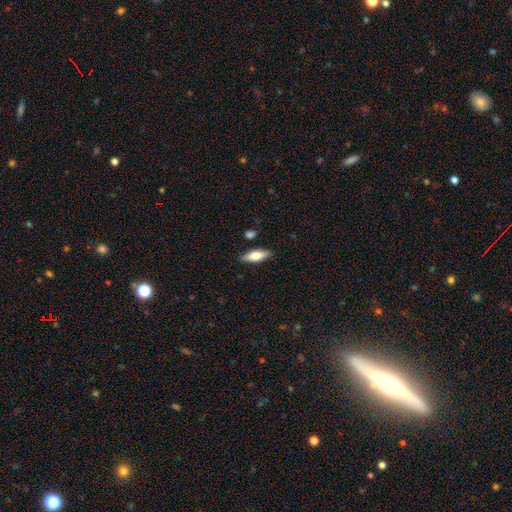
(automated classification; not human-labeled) A smooth galaxy with no disk features (68%) that is in between round and cigar-shaped (62%). Merging: none (85%).